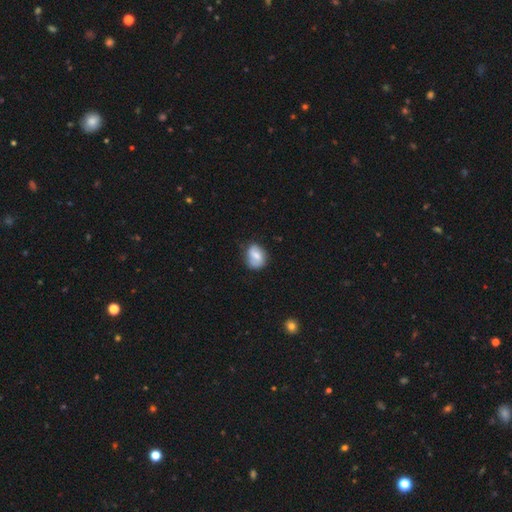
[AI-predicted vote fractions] smooth_or_featured: smooth (p=0.62) [alt: featured or disk p=0.31]
how_rounded: in between (p=0.61) [alt: round p=0.38]
merging: none (p=0.61) [alt: minor disturbance p=0.29]